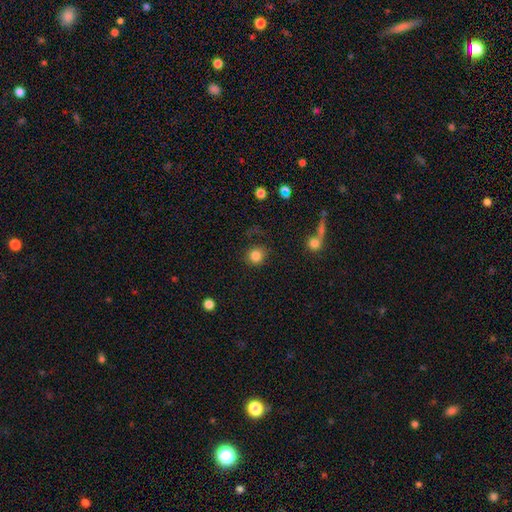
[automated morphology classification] A smooth galaxy with no disk features (84%) that is round (89%). Merging: none (78%).